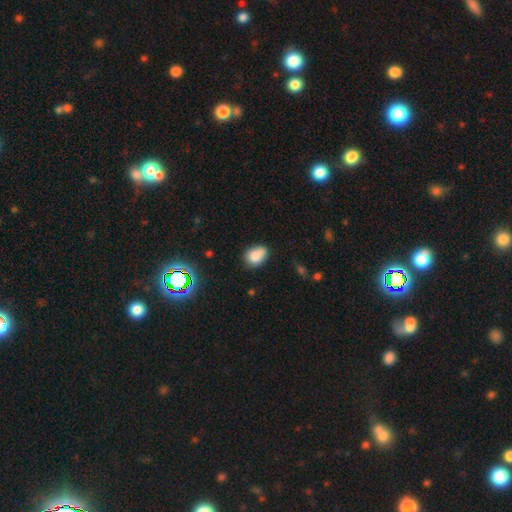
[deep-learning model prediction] Smooth or featured? smooth (78%)
How rounded? in between (54%)
Merging? none (55%)